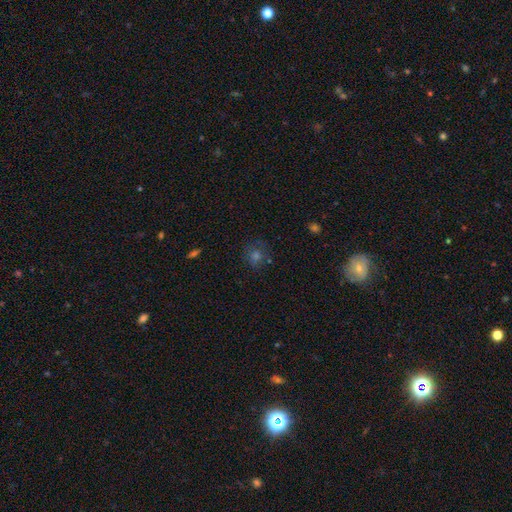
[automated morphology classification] Smooth or featured?
  - smooth: 52% *
  - star or artifact: 30%
  - featured or disk: 18%
How rounded?
  - round: 82% *
  - in between: 17%
  - cigar-shaped: 1%
Merging?
  - none: 77% *
  - minor disturbance: 14%
  - major disturbance: 6%
  - merger: 3%